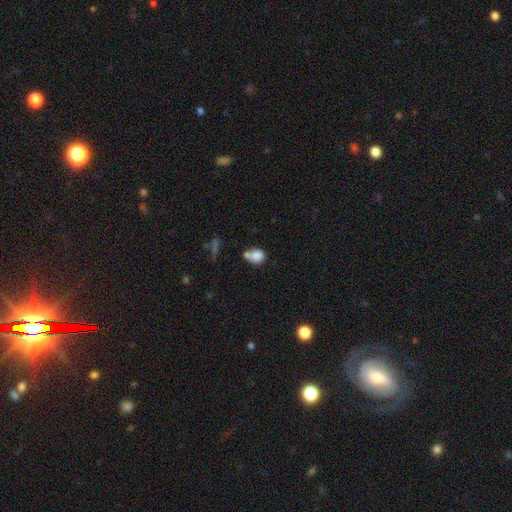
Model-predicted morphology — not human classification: Smooth or featured? Predicted: smooth (p=0.80). How rounded? Predicted: round (p=0.55). Merging? Predicted: none (p=0.41).